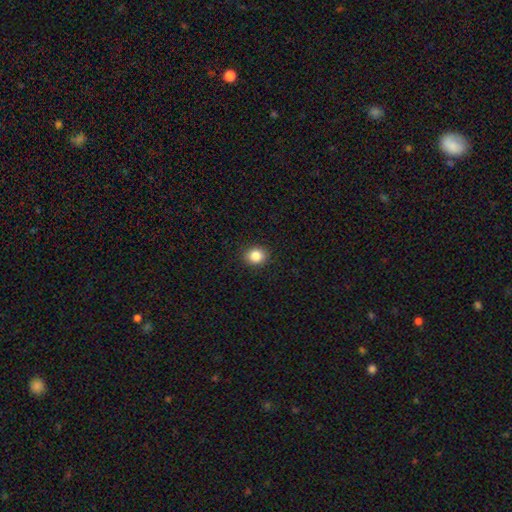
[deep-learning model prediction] smooth-or-featured: smooth: 85% | star or artifact: 10% | featured or disk: 5%
  how-rounded: round: 72% | in between: 27% | cigar-shaped: 1%
  merging: none: 91% | minor disturbance: 6% | major disturbance: 2% | merger: 1%